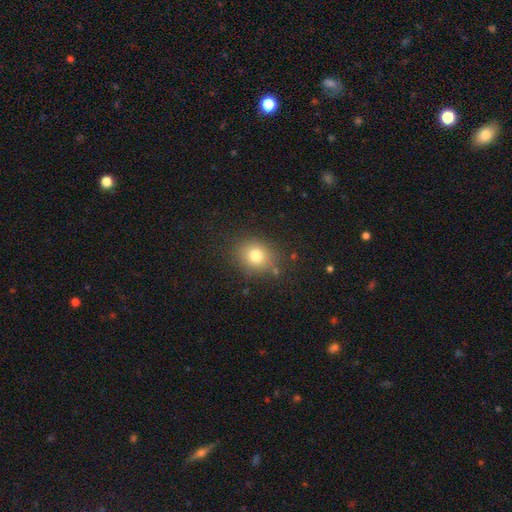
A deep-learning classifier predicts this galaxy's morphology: A smooth galaxy with no disk features (77%) that is round (67%).

Vote fractions:
- Smooth or featured? smooth: 77% / star or artifact: 13% / featured or disk: 10%
- How rounded? round: 67% / in between: 32% / cigar-shaped: 1%
- Merging? none: 81% / minor disturbance: 12% / major disturbance: 4% / merger: 3%